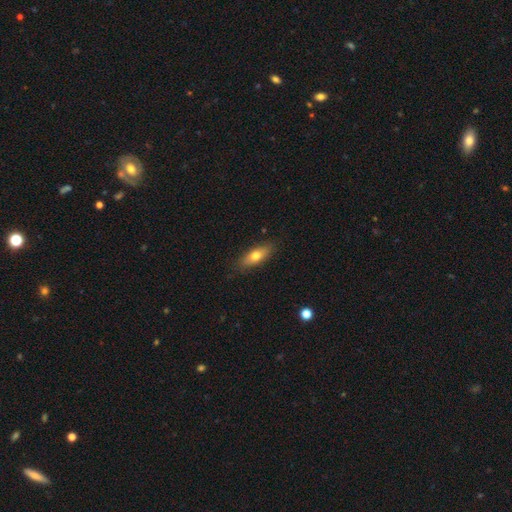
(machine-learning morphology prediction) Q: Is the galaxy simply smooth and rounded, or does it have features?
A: smooth — 69%.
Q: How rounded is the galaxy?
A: in between — 69%.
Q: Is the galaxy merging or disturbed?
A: none — 84%.